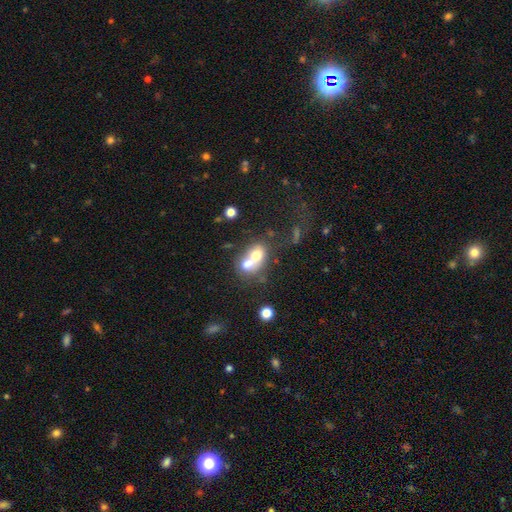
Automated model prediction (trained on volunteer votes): Smooth or featured? smooth (63%)
How rounded? in between (57%)
Merging? merger (69%)